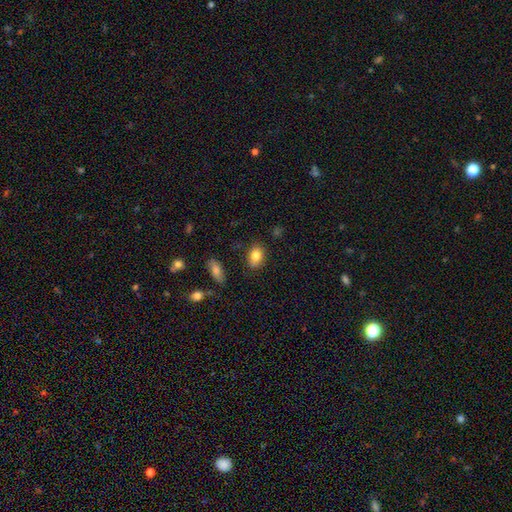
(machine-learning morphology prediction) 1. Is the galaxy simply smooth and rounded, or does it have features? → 82% smooth, 9% featured or disk, 9% star or artifact.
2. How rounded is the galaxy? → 80% in between, 18% round, 2% cigar-shaped.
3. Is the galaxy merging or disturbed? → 80% none, 14% minor disturbance, 3% major disturbance, 3% merger.